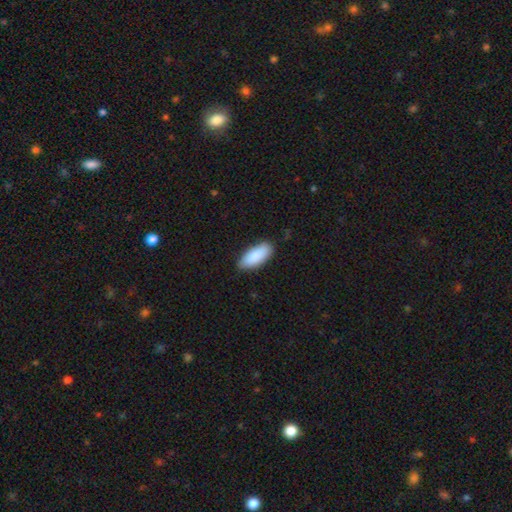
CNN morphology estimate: A smooth galaxy with no disk features (90%) that is in between round and cigar-shaped (84%). Merging: none (85%).